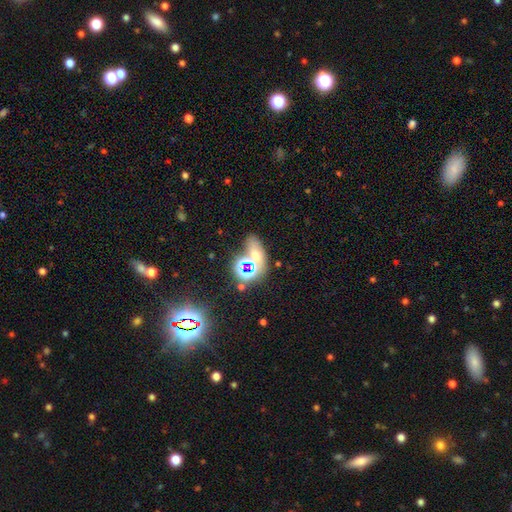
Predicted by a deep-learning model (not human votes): A smooth galaxy with no disk features (45%). Merging: none (52%).